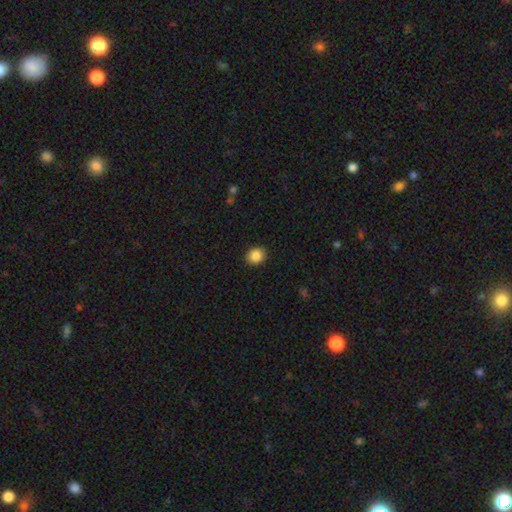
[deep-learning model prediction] The model was most divided on "how rounded": round: 67%, in between: 32%, cigar-shaped: 1%. More confident: merging — none (90%); smooth or featured — smooth (87%).